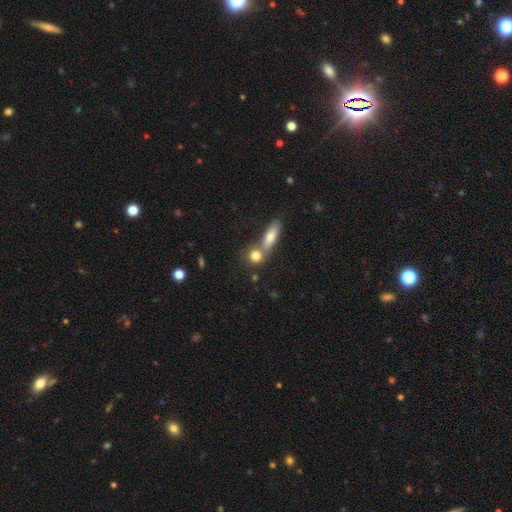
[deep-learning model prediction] Overall: smooth (79%). How rounded: round (66%). Merging: none (48%; merger 41%).